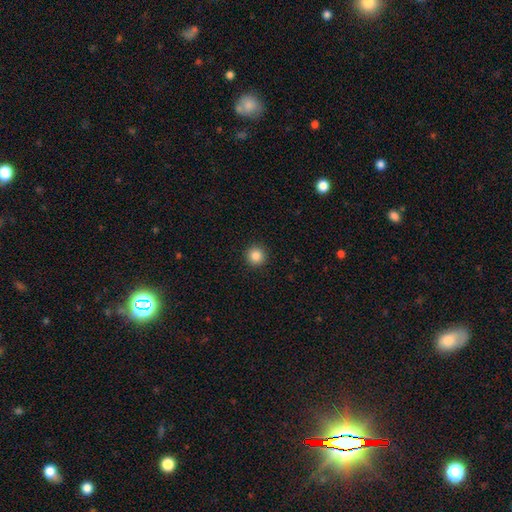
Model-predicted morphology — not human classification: smooth 85%, star or artifact 11%, featured or disk 4%. Down the decision tree: how rounded — round (95%); merging — none (93%).